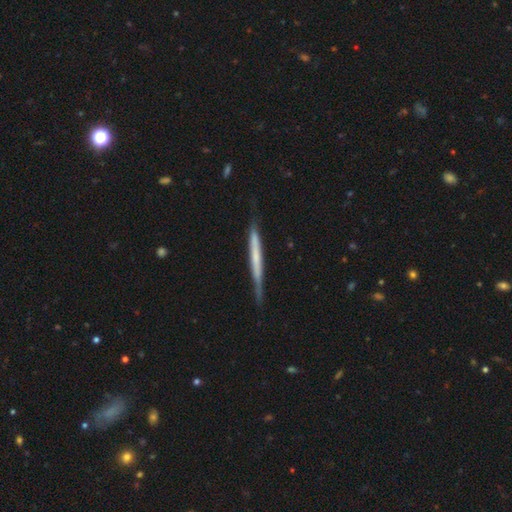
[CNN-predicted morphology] featured or disk 52%, smooth 42%, star or artifact 5%. Down the decision tree: edge-on disk — yes (96%); merging — none (76%).